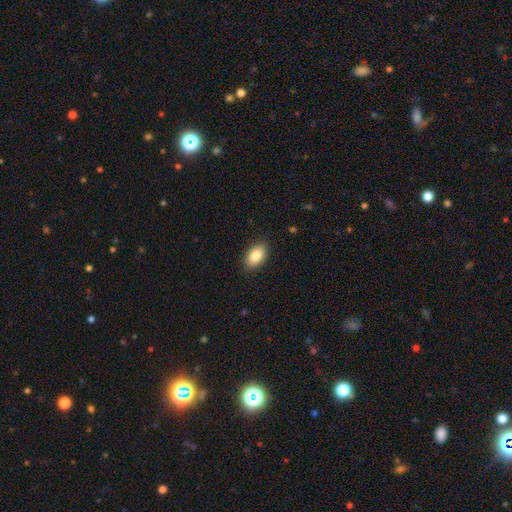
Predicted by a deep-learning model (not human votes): smooth 84%, featured or disk 9%, star or artifact 7%. Down the decision tree: how rounded — in between (92%); merging — none (88%).